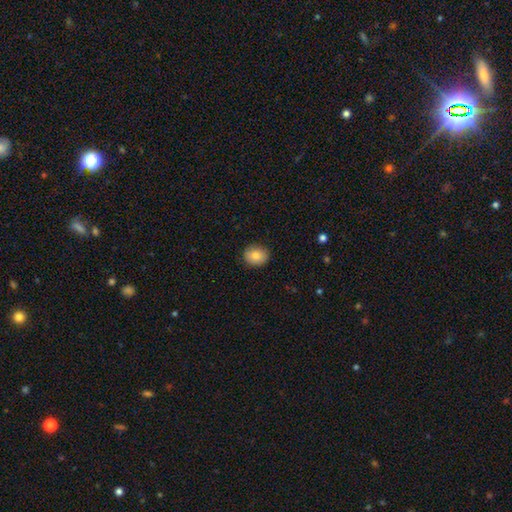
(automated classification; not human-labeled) Smooth or featured? smooth (82%)
How rounded? round (59%)
Merging? none (88%)